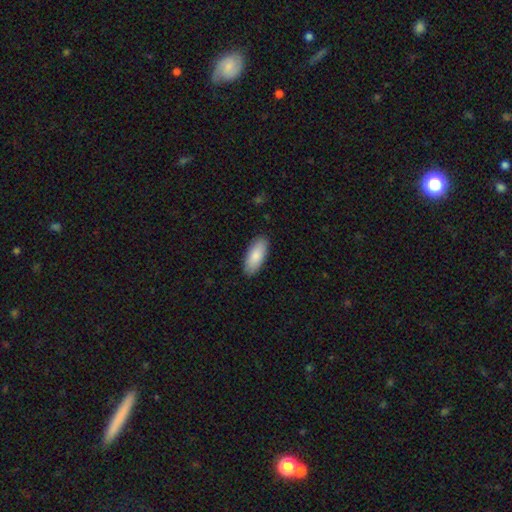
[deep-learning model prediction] A smooth galaxy with no disk features (86%) that is in between round and cigar-shaped (83%).

Vote fractions:
- Smooth or featured? smooth: 86% / featured or disk: 9% / star or artifact: 5%
- How rounded? in between: 83% / cigar-shaped: 15% / round: 2%
- Merging? none: 89% / minor disturbance: 9% / major disturbance: 2% / merger: 1%